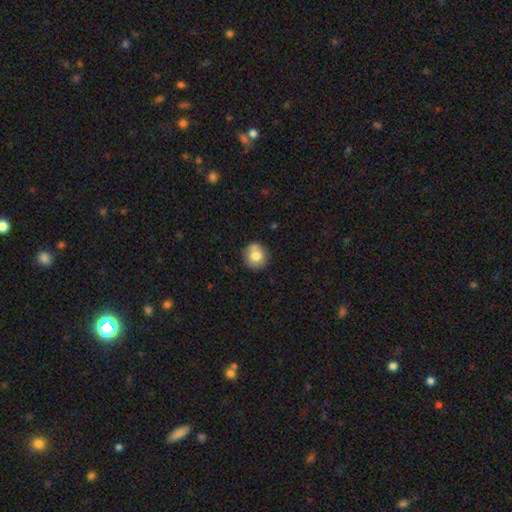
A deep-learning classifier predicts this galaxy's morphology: A smooth galaxy with no disk features (77%) that is round (88%).

Vote fractions:
- Smooth or featured? smooth: 77% / featured or disk: 14% / star or artifact: 9%
- How rounded? round: 88% / in between: 11% / cigar-shaped: 1%
- Merging? none: 78% / minor disturbance: 15% / merger: 4% / major disturbance: 3%